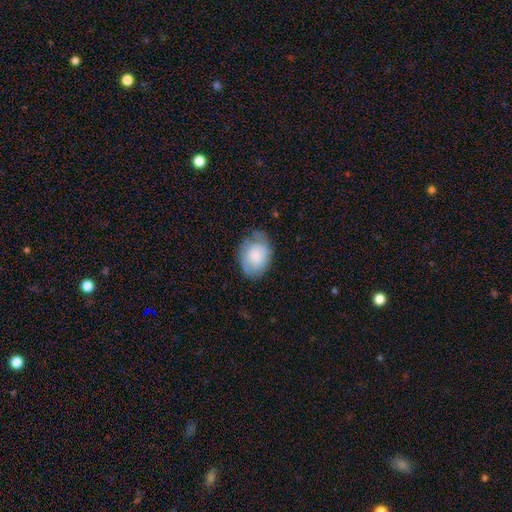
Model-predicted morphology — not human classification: Smooth or featured: smooth — 70% (featured or disk — 23%)
How rounded: in between — 67% (round — 32%)
Merging: none — 62% (minor disturbance — 27%)